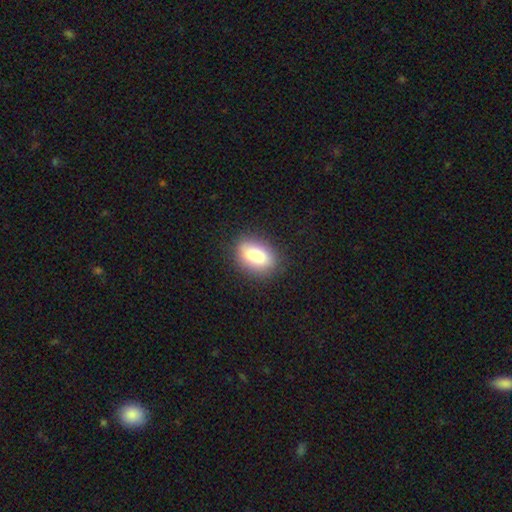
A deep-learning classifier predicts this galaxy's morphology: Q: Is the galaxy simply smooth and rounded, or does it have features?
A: smooth — 84%.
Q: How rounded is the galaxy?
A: in between — 86%.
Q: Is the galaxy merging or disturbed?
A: none — 82%.